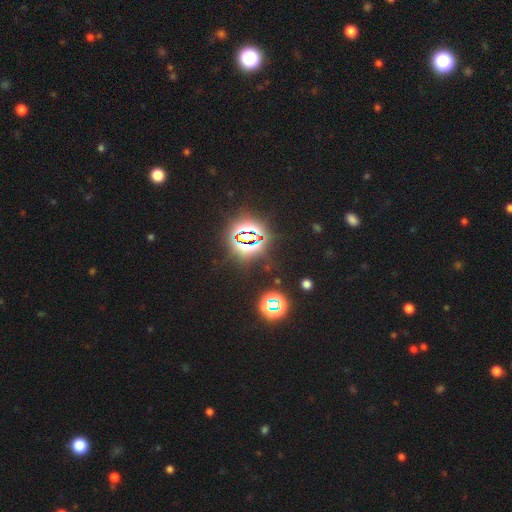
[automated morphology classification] Q: Smooth or featured?
A: star or artifact (84%); runner-up: smooth (11%)